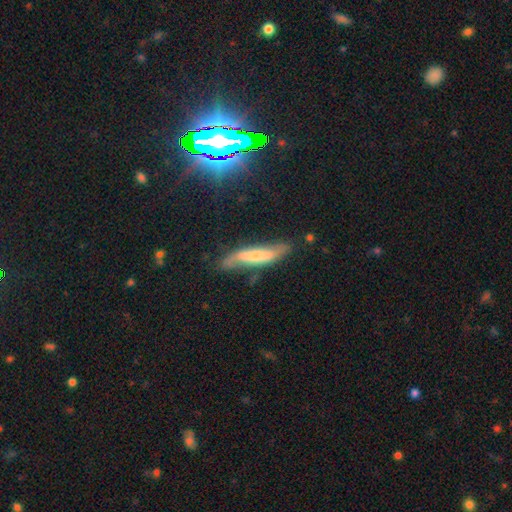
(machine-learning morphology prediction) This is possibly a featured or disk galaxy (52%). It is possibly not viewed edge-on (55%). Merging: likely none (61%).